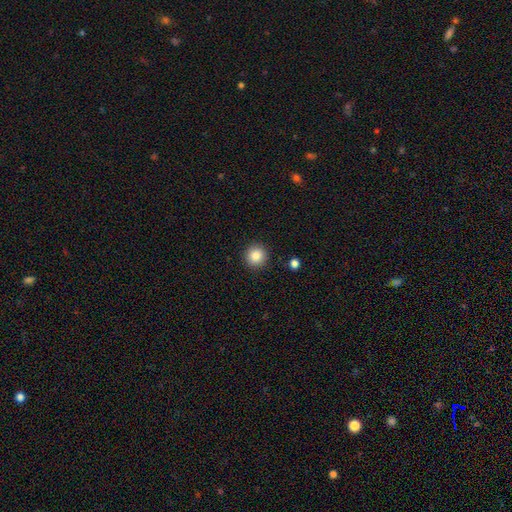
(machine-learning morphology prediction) type=smooth (86%); roundness=round (93%); merging=none (91%).